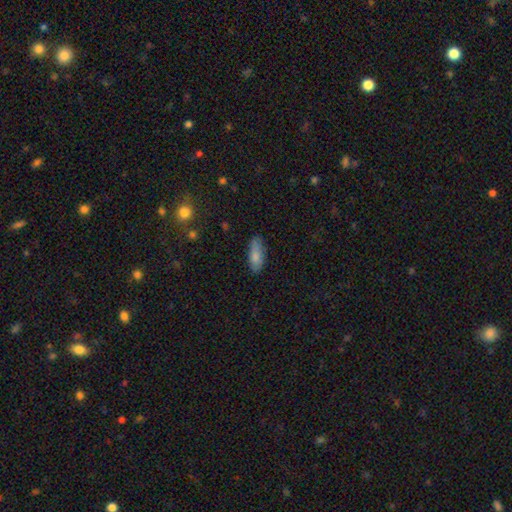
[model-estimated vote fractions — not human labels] A smooth galaxy with no disk features (82%) that is in between round and cigar-shaped (69%). Merging: none (77%).